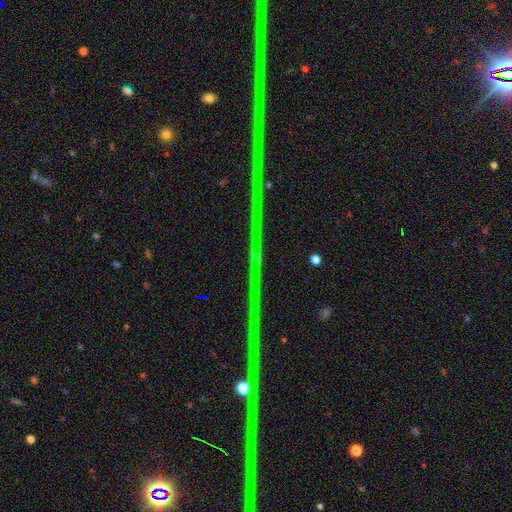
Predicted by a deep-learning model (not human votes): Smooth or featured: star or artifact — 87% (featured or disk — 8%)